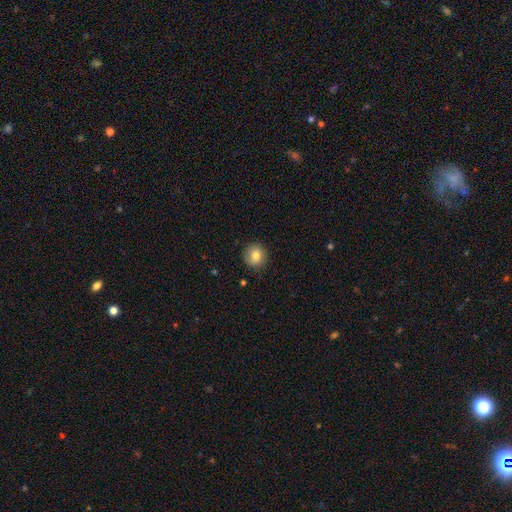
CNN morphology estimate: Smooth or featured? Predicted: smooth (p=0.82). How rounded? Predicted: round (p=0.90). Merging? Predicted: none (p=0.85).